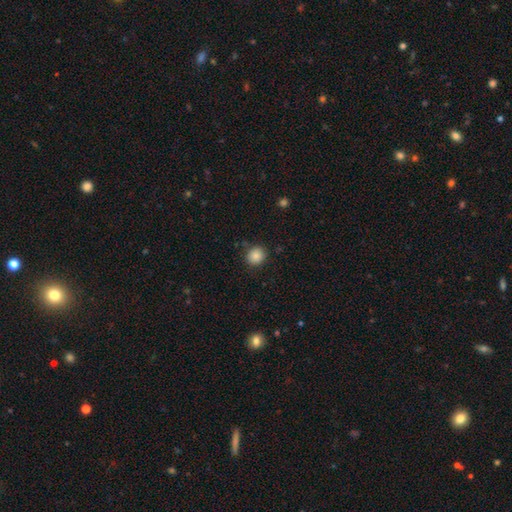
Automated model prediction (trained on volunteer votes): Q: Smooth or featured?
A: smooth (87%); runner-up: star or artifact (9%)
Q: How rounded?
A: round (82%); runner-up: in between (17%)
Q: Merging?
A: none (87%); runner-up: minor disturbance (9%)